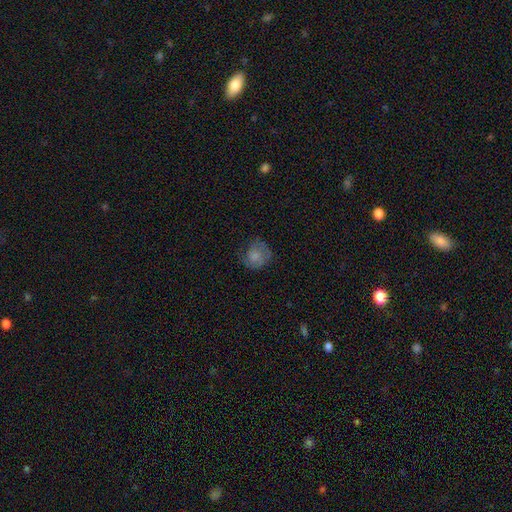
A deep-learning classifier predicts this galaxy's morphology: This appears to be a smooth galaxy with no disk features (66%) that is round (78%). Merging: none (60%).